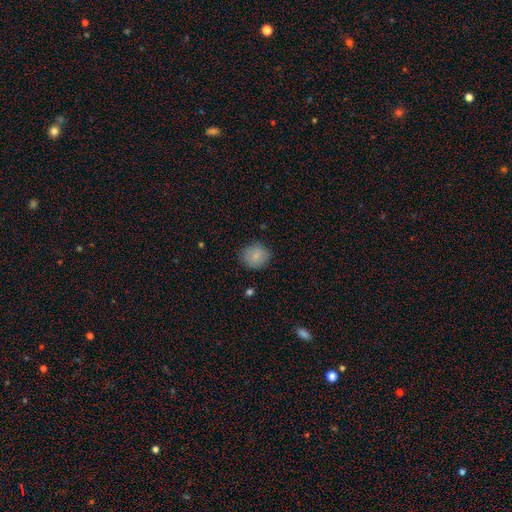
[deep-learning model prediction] Smooth or featured?
  - smooth: 84% *
  - featured or disk: 8%
  - star or artifact: 8%
How rounded?
  - round: 83% *
  - in between: 16%
  - cigar-shaped: 1%
Merging?
  - none: 84% *
  - minor disturbance: 12%
  - major disturbance: 3%
  - merger: 1%